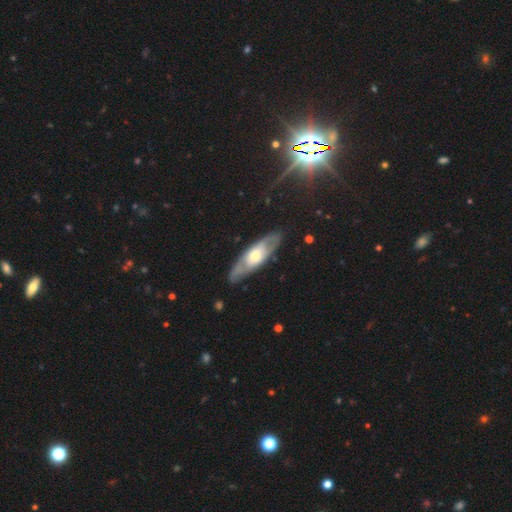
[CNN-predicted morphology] Smooth or featured? Predicted: featured or disk (p=0.62). Edge-on disk? Predicted: no (p=0.67). Merging? Predicted: none (p=0.81).